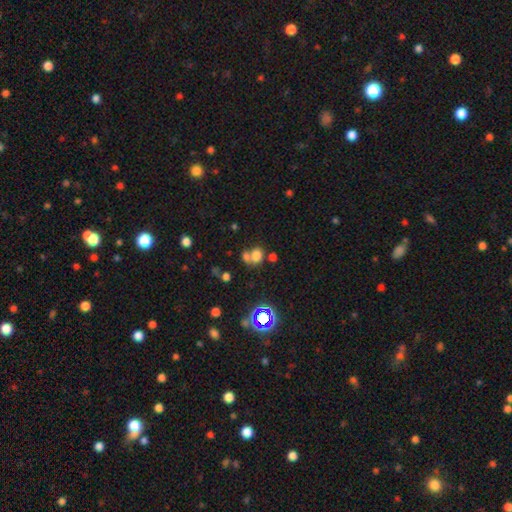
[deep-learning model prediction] Q: Smooth or featured?
A: smooth (69%); runner-up: star or artifact (20%)
Q: How rounded?
A: round (64%); runner-up: in between (35%)
Q: Merging?
A: merger (47%); runner-up: none (39%)